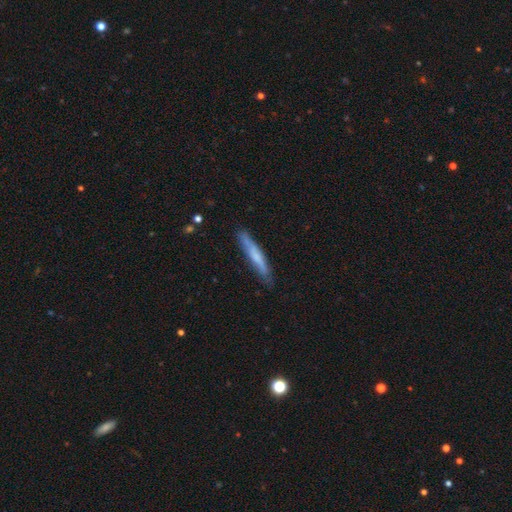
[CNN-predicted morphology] Q: Smooth or featured?
A: smooth (57%); runner-up: featured or disk (37%)
Q: How rounded?
A: cigar-shaped (93%); runner-up: in between (5%)
Q: Merging?
A: none (80%); runner-up: minor disturbance (15%)